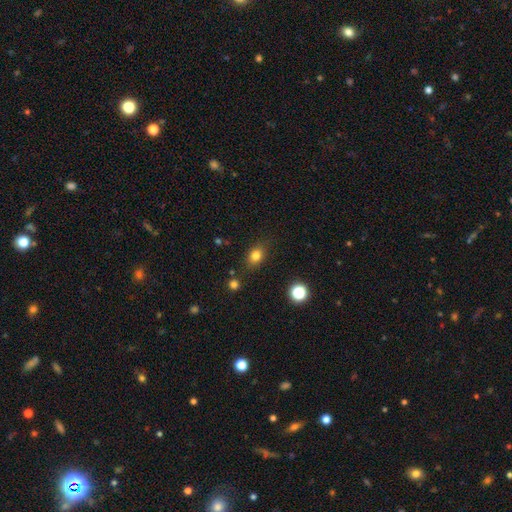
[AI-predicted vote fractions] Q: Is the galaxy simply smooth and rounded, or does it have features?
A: smooth — 80%.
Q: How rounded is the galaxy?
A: in between — 60%.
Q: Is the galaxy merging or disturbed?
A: none — 80%.